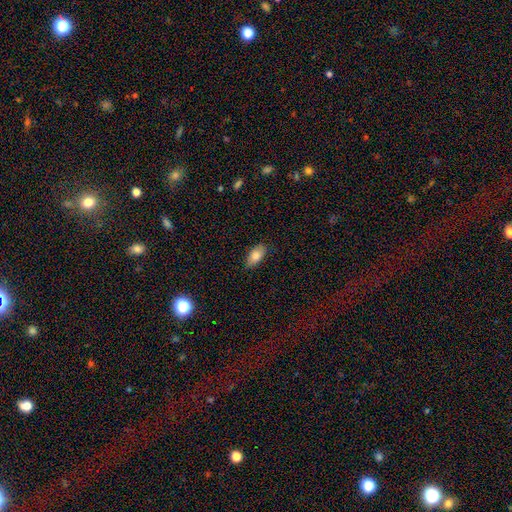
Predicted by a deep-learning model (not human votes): Smooth or featured? smooth (83%)
How rounded? in between (90%)
Merging? none (84%)